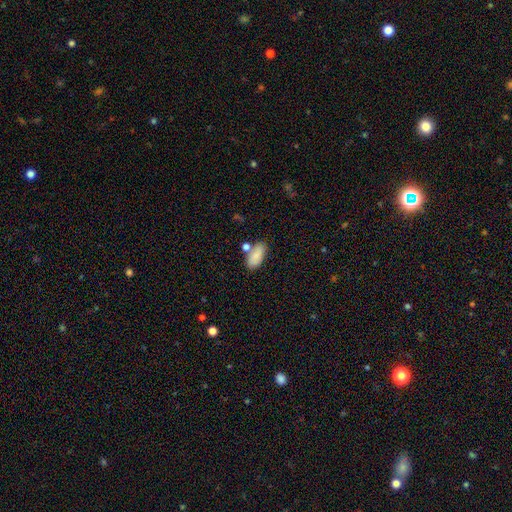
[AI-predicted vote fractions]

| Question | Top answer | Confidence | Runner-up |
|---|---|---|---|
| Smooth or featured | smooth | 85% | featured or disk (8%) |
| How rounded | in between | 90% | cigar-shaped (7%) |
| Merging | none | 63% | merger (18%) |